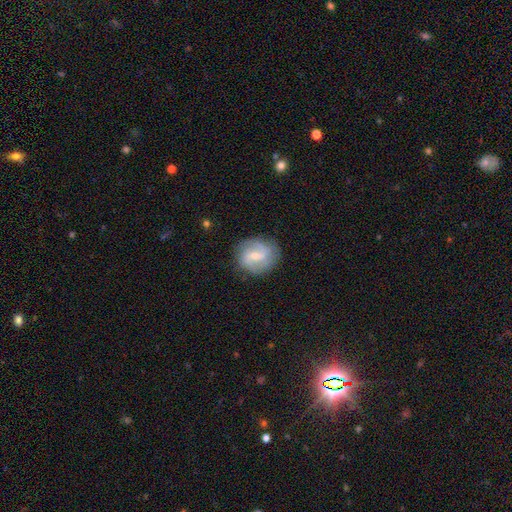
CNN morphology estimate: A featured or disk galaxy (74%) with a weak bar (57%), 2 (82%) medium (46%) spiral arms (92%) and a small central bulge (60%).

Vote fractions:
- Smooth or featured? featured or disk: 74% / smooth: 20% / star or artifact: 6%
- Edge-on disk? no: 98% / yes: 2%
- Bar? weak: 57% / no: 26% / strong: 17%
- Spiral arms? yes: 92% / no: 8%
- Spiral winding? medium: 46% / loose: 32% / tight: 22%
- Spiral arm count? 2: 82% / can't tell: 9% / 3: 4% / 1: 2% / 4: 2% / more than 4: 1%
- Bulge size? small: 60% / moderate: 35% / none: 3% / large: 1% / dominant: 1%
- Merging? none: 81% / minor disturbance: 13% / major disturbance: 5% / merger: 1%